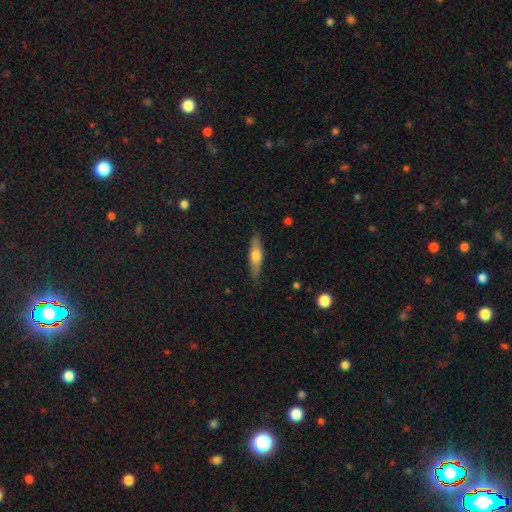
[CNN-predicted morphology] Overall: smooth (55%; featured or disk 40%). How rounded: cigar-shaped (65%; in between 33%). Merging: none (84%).